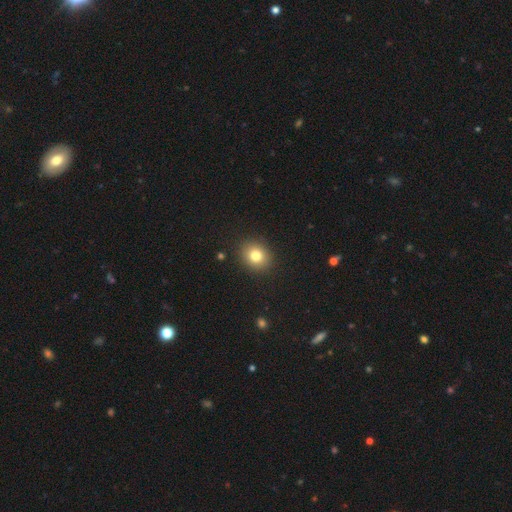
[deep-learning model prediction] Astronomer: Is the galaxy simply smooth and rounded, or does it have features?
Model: smooth — 80%.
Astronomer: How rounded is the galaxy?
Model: round — 66%.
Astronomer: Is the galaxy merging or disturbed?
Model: none — 90%.